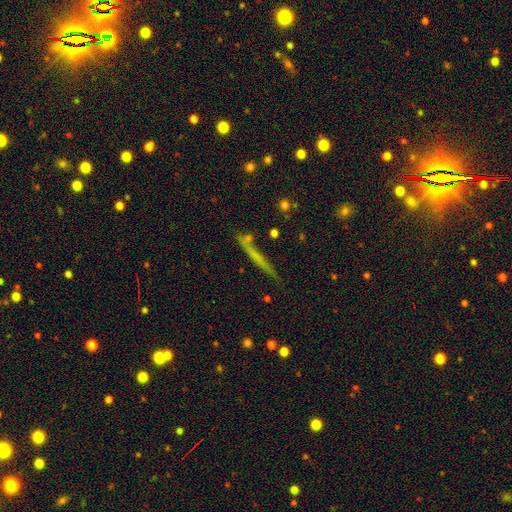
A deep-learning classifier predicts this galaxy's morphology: smooth-or-featured: smooth: 47% | featured or disk: 41% | star or artifact: 12%
  merging: none: 78% | minor disturbance: 13% | merger: 5% | major disturbance: 4%